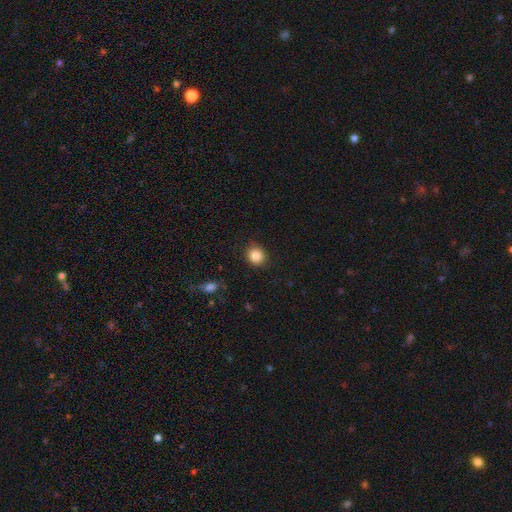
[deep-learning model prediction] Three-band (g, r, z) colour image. It shows a smooth galaxy with no disk features (86%) that is round (87%). Merging: none (87%).